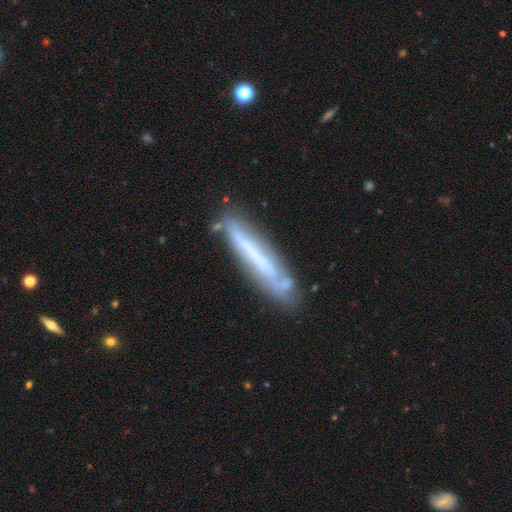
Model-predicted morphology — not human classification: featured or disk 55%, smooth 37%, star or artifact 8%. Down the decision tree: edge-on disk — yes (73%); merging — none (70%).